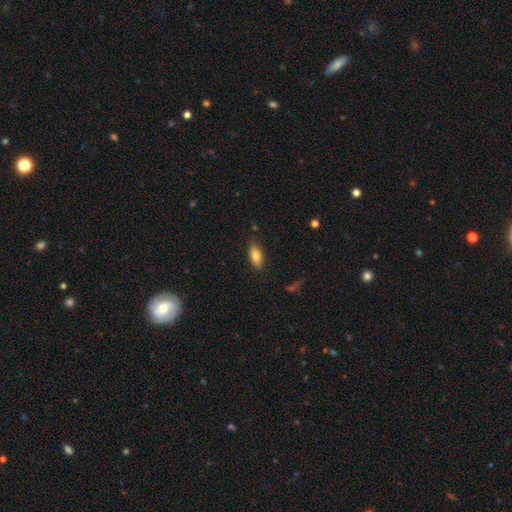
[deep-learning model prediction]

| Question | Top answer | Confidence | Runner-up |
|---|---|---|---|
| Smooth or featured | smooth | 81% | featured or disk (12%) |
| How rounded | in between | 88% | cigar-shaped (9%) |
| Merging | none | 83% | minor disturbance (13%) |